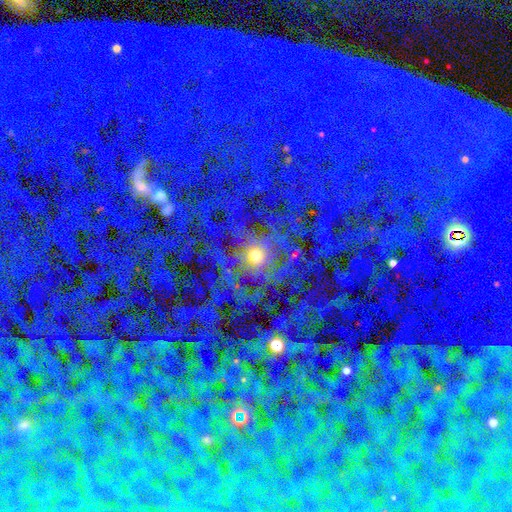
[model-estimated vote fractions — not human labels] Q: Smooth or featured?
A: featured or disk (53%); runner-up: star or artifact (29%)
Q: Edge-on disk?
A: no (92%); runner-up: yes (8%)
Q: Merging?
A: none (56%); runner-up: major disturbance (23%)